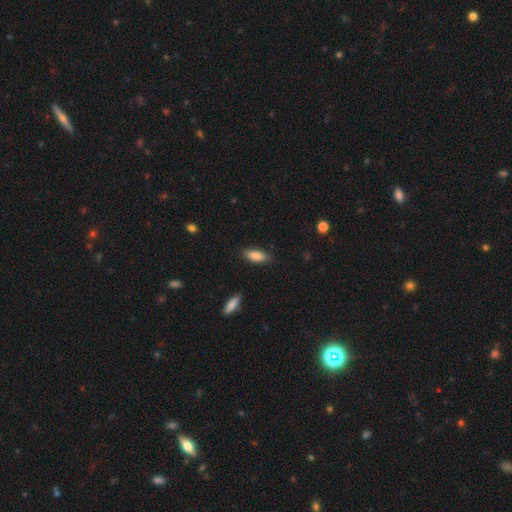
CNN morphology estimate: smooth 84%, featured or disk 10%, star or artifact 6%. Down the decision tree: how rounded — in between (74%); merging — none (84%).